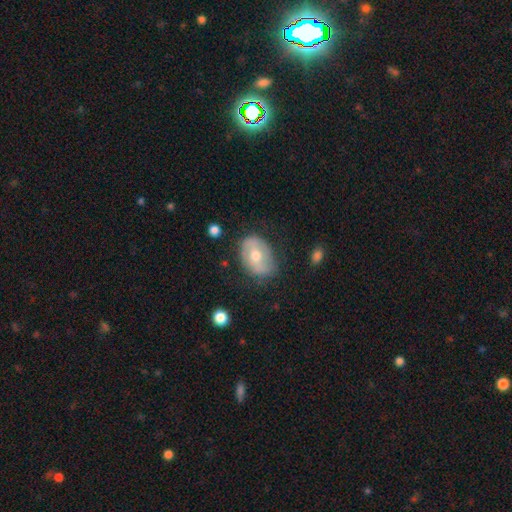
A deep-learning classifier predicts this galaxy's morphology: This is possibly a featured or disk galaxy (50%). It is clearly not viewed edge-on (94%). Merging: likely none (71%).